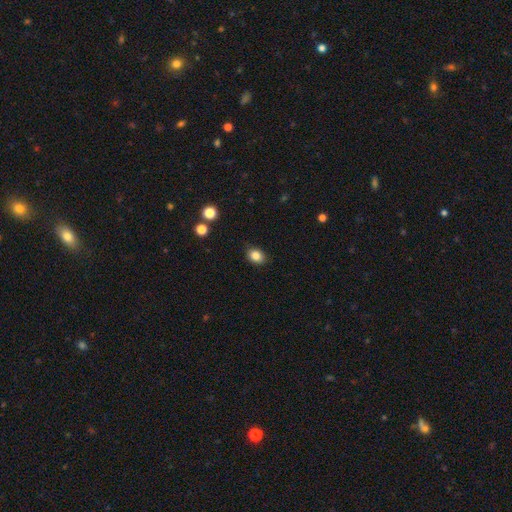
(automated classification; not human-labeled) Smooth or featured?
  - smooth: 84% *
  - star or artifact: 11%
  - featured or disk: 6%
How rounded?
  - in between: 57% *
  - round: 43%
  - cigar-shaped: 1%
Merging?
  - none: 86% *
  - minor disturbance: 11%
  - major disturbance: 2%
  - merger: 1%